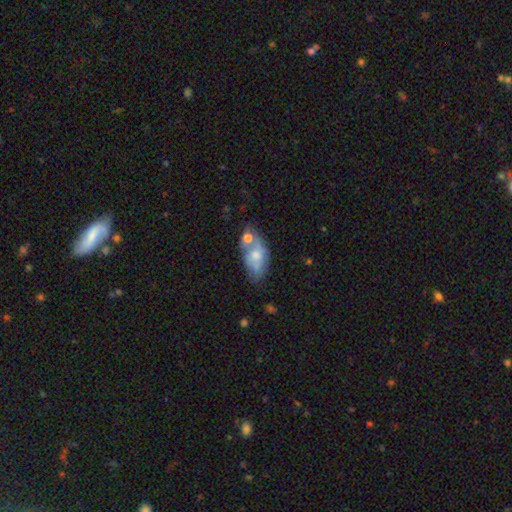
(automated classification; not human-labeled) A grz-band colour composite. It shows a smooth galaxy with no disk features (54%) that is in between round and cigar-shaped (90%). Merging: none (37%).